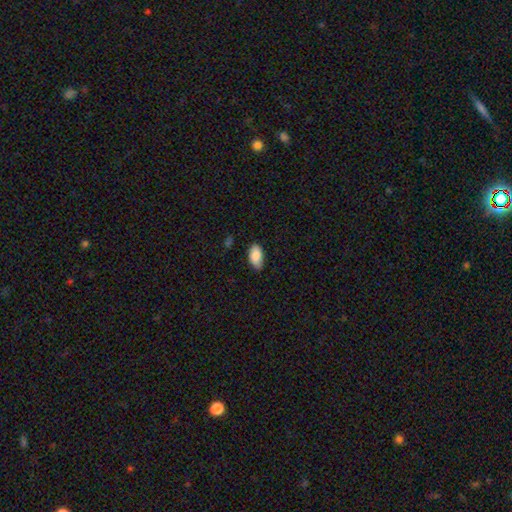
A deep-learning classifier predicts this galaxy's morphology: type=smooth (87%); roundness=in between (94%); merging=none (75%).